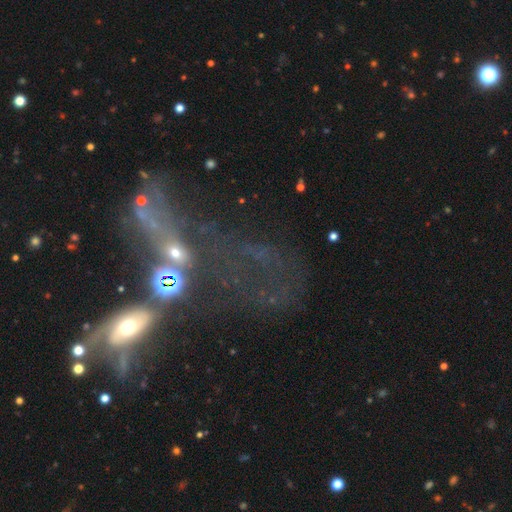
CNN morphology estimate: smooth_or_featured: featured or disk (p=0.46) [alt: star or artifact p=0.31]
merging: merger (p=0.50) [alt: major disturbance p=0.30]